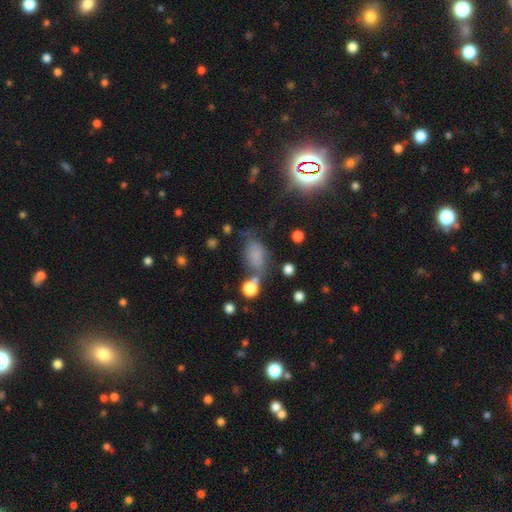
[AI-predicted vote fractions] Q: Smooth or featured?
A: smooth (66%); runner-up: star or artifact (20%)
Q: How rounded?
A: in between (82%); runner-up: round (15%)
Q: Merging?
A: none (48%); runner-up: minor disturbance (26%)